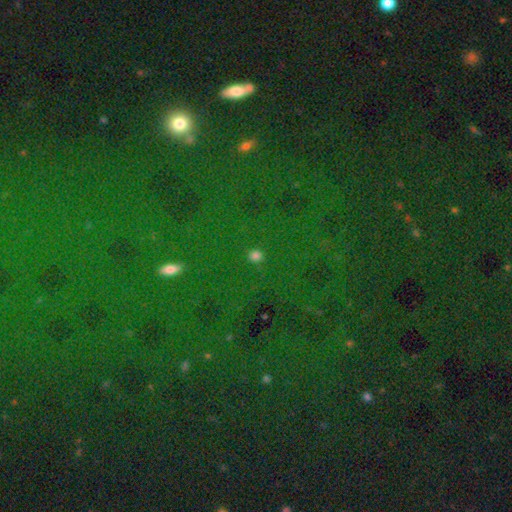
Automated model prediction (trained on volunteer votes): smooth-or-featured: star or artifact: 50% | smooth: 42% | featured or disk: 8%